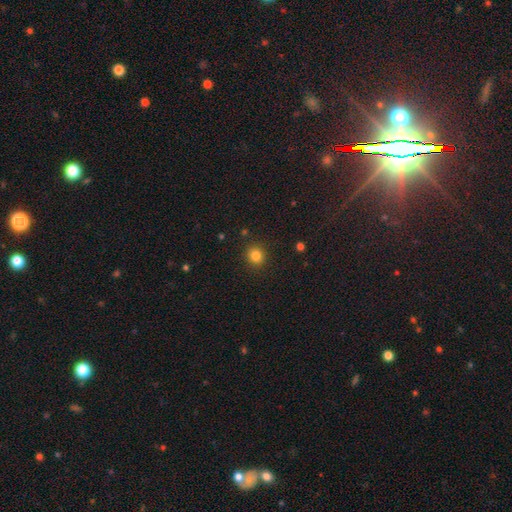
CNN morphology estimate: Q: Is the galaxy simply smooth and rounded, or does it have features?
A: smooth — 83%.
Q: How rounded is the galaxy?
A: round — 87%.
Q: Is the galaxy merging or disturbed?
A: none — 91%.